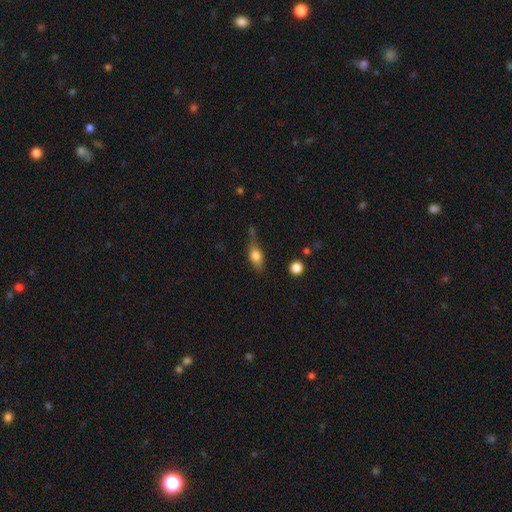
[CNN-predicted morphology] smooth-or-featured: smooth: 64% | featured or disk: 27% | star or artifact: 9%
  how-rounded: in between: 68% | cigar-shaped: 18% | round: 14%
  merging: none: 52% | minor disturbance: 28% | major disturbance: 12% | merger: 8%